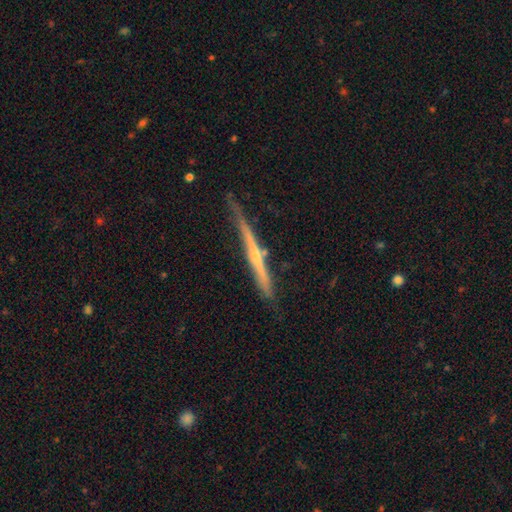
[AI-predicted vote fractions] Morphology: type=featured or disk (75%); edge-on=yes (98%); edge-on bulge=rounded (65%); merging=none (83%).